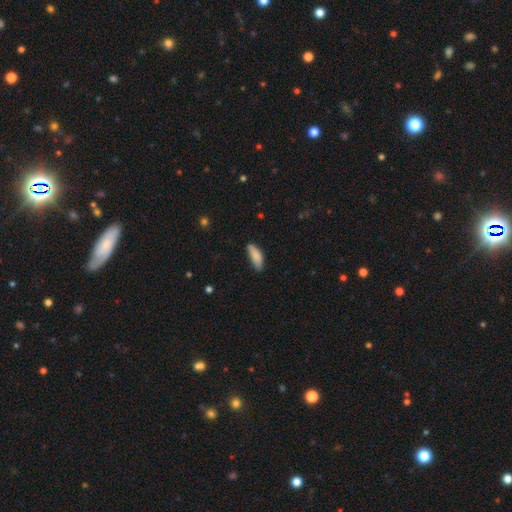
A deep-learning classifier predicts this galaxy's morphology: This appears to be a smooth galaxy with no disk features (85%) that is in between round and cigar-shaped (65%). Merging: none (63%).